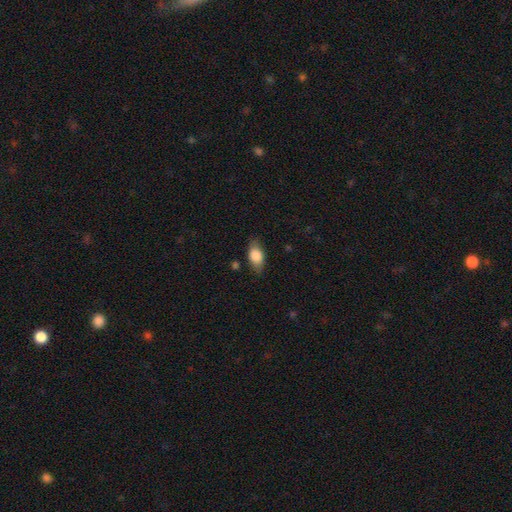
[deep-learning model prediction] smooth_or_featured: smooth (p=0.79) [alt: featured or disk p=0.14]
how_rounded: in between (p=0.87) [alt: round p=0.07]
merging: none (p=0.78) [alt: minor disturbance p=0.16]